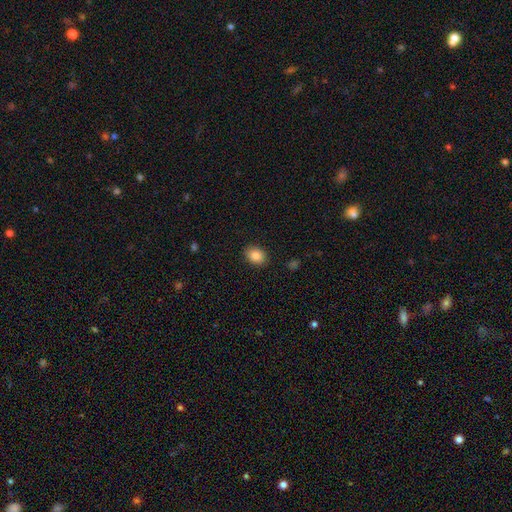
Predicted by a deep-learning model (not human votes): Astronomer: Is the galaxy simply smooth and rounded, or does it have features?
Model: smooth — 86%.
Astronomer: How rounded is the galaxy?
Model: in between — 56% (runner-up: round, 43%).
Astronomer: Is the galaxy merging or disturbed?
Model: none — 89%.